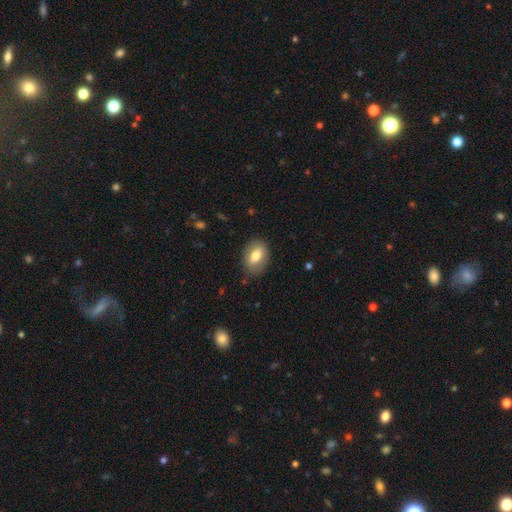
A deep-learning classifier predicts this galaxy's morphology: Smooth or featured? smooth (71%)
How rounded? in between (81%)
Merging? none (82%)